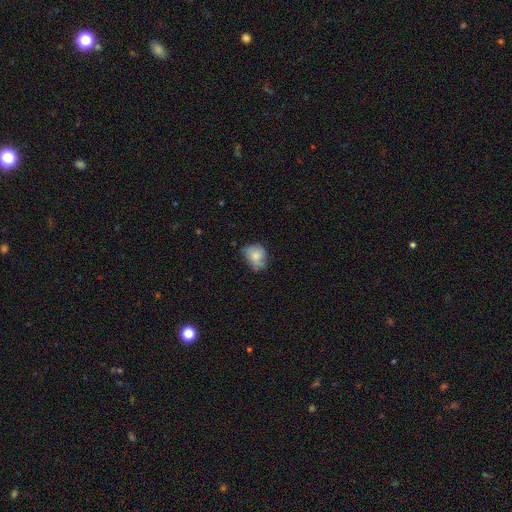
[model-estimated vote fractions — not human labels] Smooth or featured: smooth — 69% (featured or disk — 23%)
How rounded: in between — 50% (round — 49%)
Merging: none — 51% (minor disturbance — 35%)